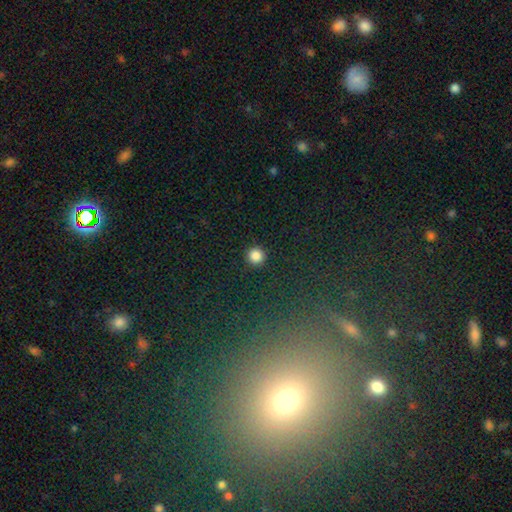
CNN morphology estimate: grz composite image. It shows a smooth galaxy with no disk features (84%) that is round (96%). Merging: none (93%).